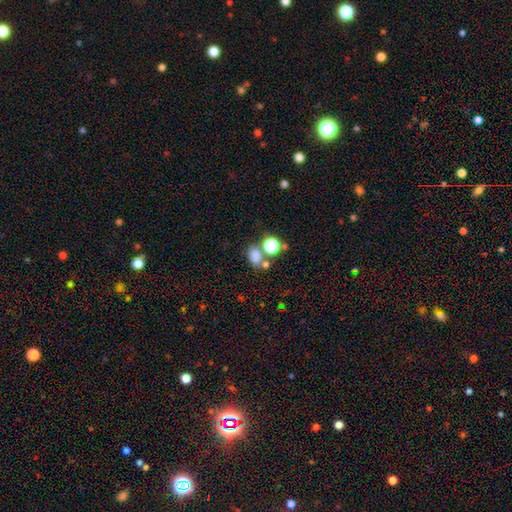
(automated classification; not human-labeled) Overall: smooth (76%). How rounded: in between (54%; round 45%). Merging: none (55%; merger 29%).